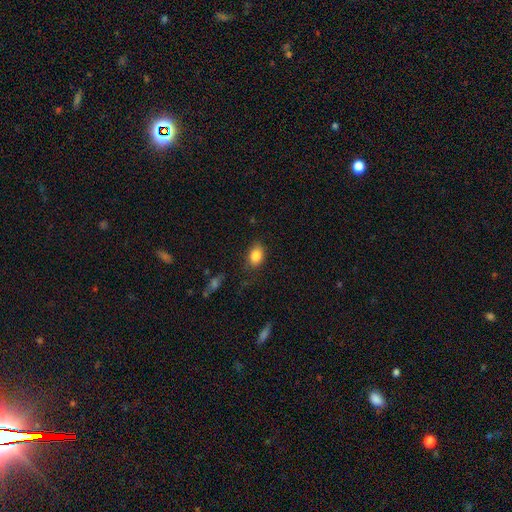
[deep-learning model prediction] Q: Smooth or featured?
A: smooth (84%); runner-up: star or artifact (9%)
Q: How rounded?
A: in between (75%); runner-up: round (23%)
Q: Merging?
A: none (80%); runner-up: minor disturbance (15%)